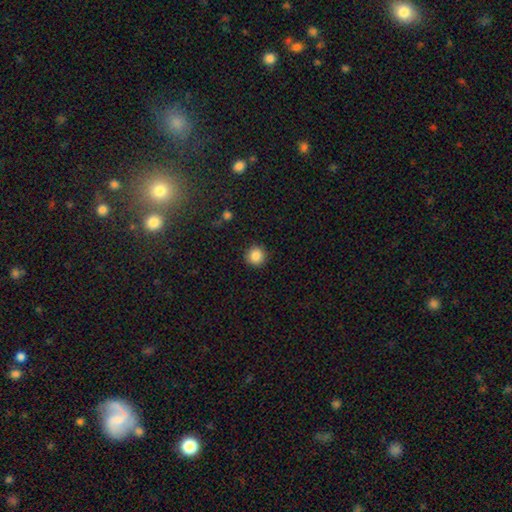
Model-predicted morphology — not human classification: This is clearly a smooth galaxy (86%). How rounded: clearly round (94%). Merging: clearly none (91%).